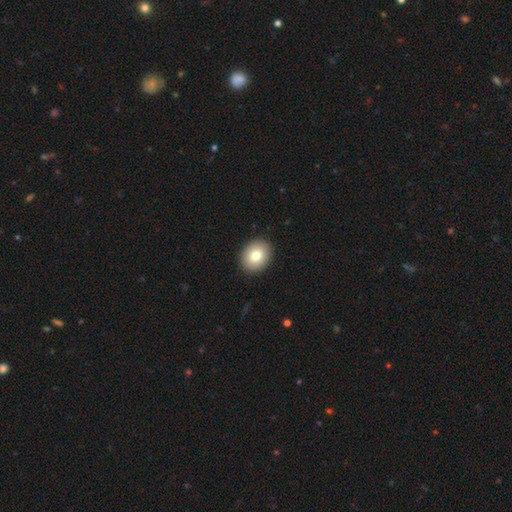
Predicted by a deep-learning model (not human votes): smooth_or_featured: smooth (p=0.79) [alt: featured or disk p=0.12]
how_rounded: in between (p=0.50) [alt: round p=0.49]
merging: none (p=0.91) [alt: minor disturbance p=0.06]